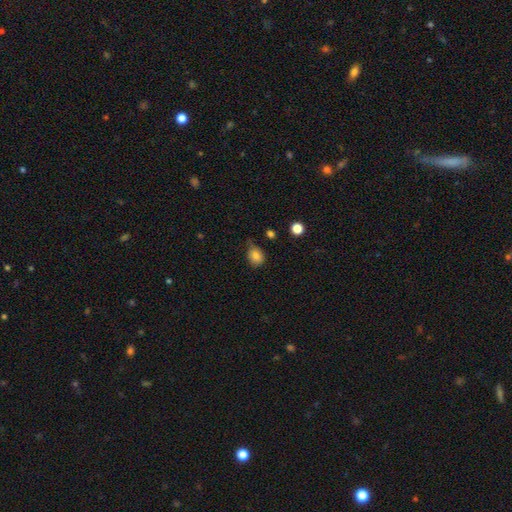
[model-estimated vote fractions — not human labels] Q: Smooth or featured?
A: smooth (81%); runner-up: star or artifact (11%)
Q: How rounded?
A: round (54%); runner-up: in between (45%)
Q: Merging?
A: none (59%); runner-up: minor disturbance (31%)